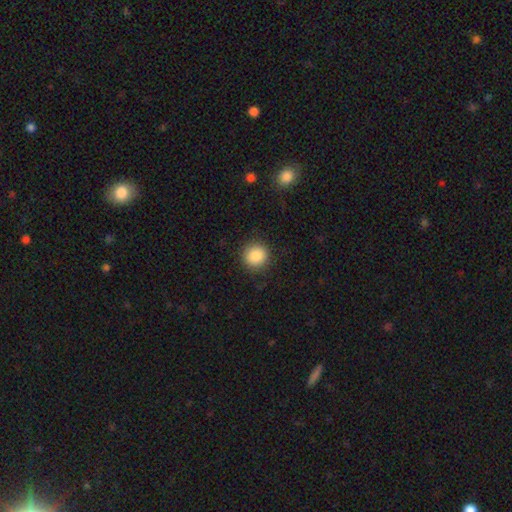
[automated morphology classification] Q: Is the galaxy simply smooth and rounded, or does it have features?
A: smooth — 86%.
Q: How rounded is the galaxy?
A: round — 92%.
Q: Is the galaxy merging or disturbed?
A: none — 90%.